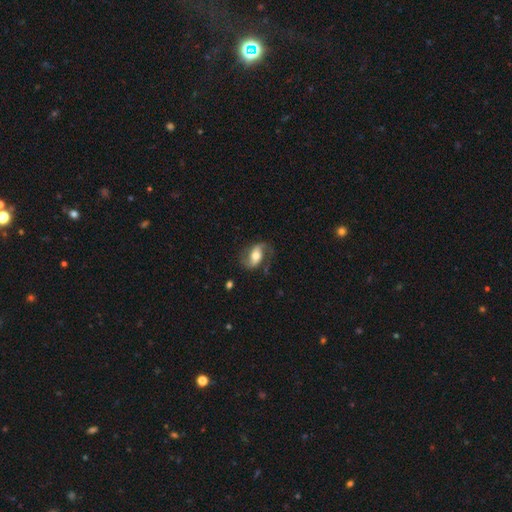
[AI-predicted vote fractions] Smooth or featured: featured or disk — 73% (smooth — 21%)
Edge-on disk: no — 95% (yes — 5%)
Bar: no — 35% (weak — 33%)
Spiral arms: yes — 91% (no — 9%)
Spiral winding: loose — 49% (medium — 38%)
Spiral arm count: 2 — 88% (1 — 6%)
Bulge size: moderate — 65% (small — 16%)
Merging: none — 70% (minor disturbance — 17%)